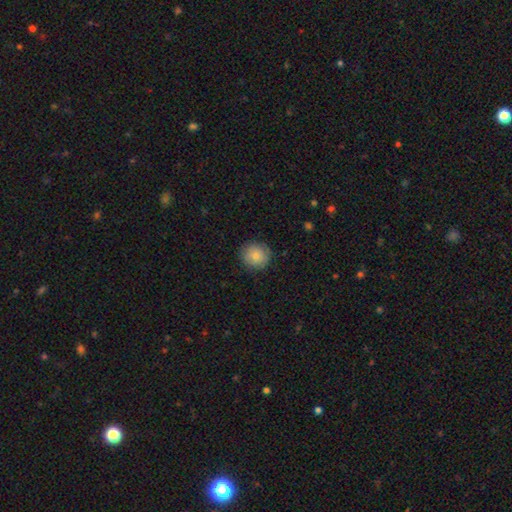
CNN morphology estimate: type=smooth (81%); roundness=round (91%); merging=none (86%).